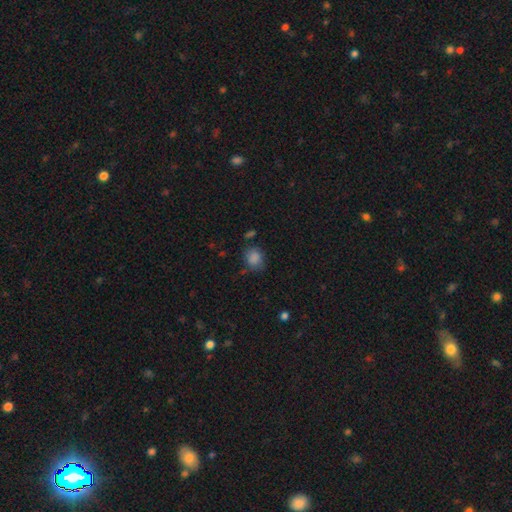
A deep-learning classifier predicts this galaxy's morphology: The model was most divided on "how rounded": round: 63%, in between: 35%, cigar-shaped: 1%. More confident: smooth or featured — smooth (74%); merging — none (72%).